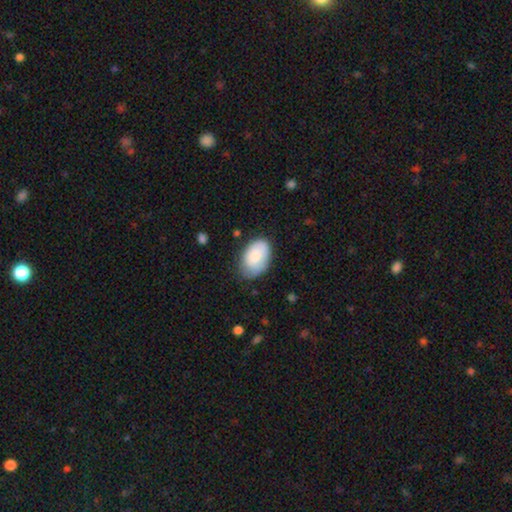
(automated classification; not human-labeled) Morphology: type=smooth (80%); roundness=in between (91%); merging=none (70%).